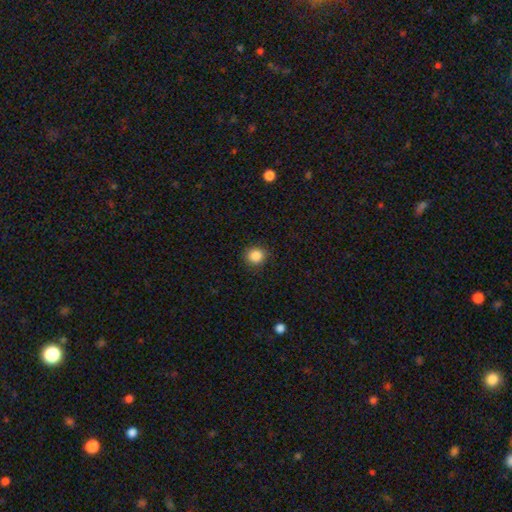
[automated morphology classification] The model was most divided on "smooth or featured": smooth: 87%, star or artifact: 10%, featured or disk: 3%. More confident: merging — none (89%); how rounded — round (88%).